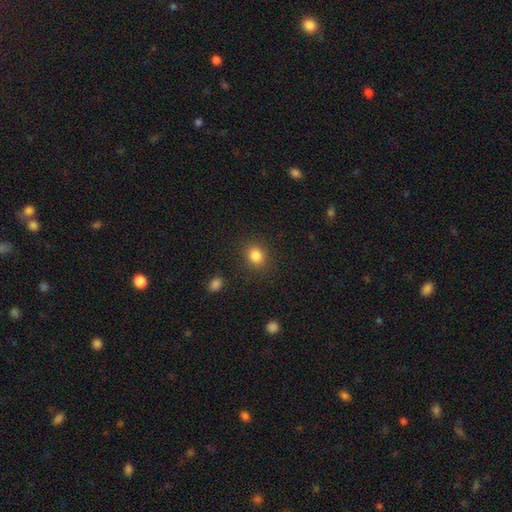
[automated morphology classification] Smooth or featured? Predicted: smooth (p=0.84). How rounded? Predicted: round (p=0.65). Merging? Predicted: none (p=0.86).